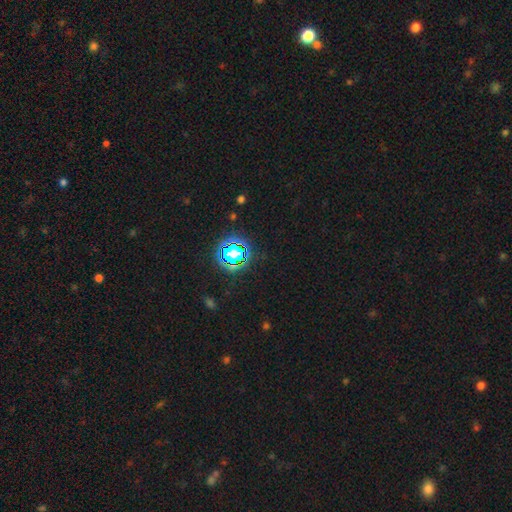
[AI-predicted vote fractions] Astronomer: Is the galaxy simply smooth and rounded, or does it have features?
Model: star or artifact — 80%.